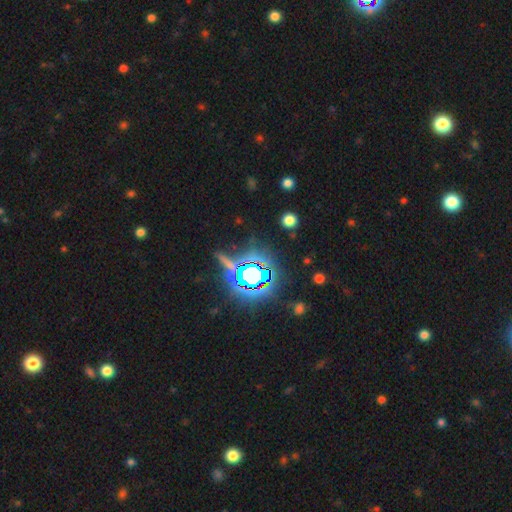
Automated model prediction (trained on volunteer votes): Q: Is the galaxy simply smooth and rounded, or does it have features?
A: star or artifact — 82%.